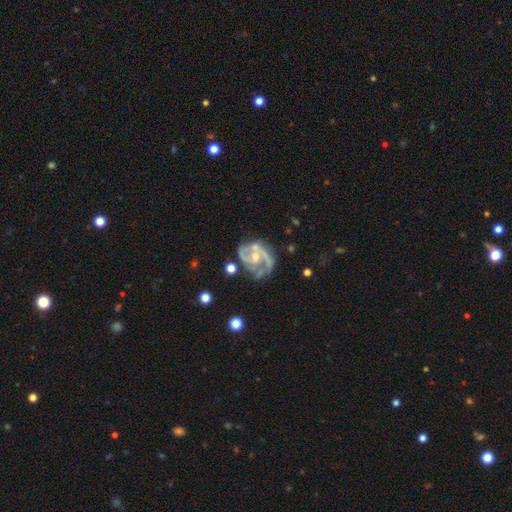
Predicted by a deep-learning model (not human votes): A featured or disk galaxy (87%) with no bar (53%), 2 (70%) medium (53%) spiral arms (93%) and a small central bulge (54%). Merging: none (51%).